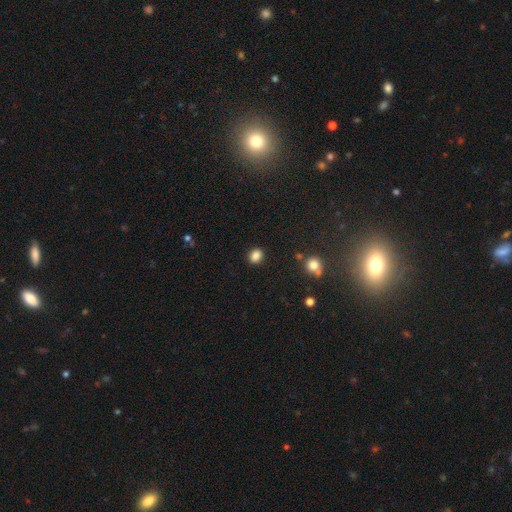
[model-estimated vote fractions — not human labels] smooth_or_featured: smooth (p=0.85) [alt: star or artifact p=0.11]
how_rounded: round (p=0.61) [alt: in between p=0.38]
merging: none (p=0.89) [alt: minor disturbance p=0.07]